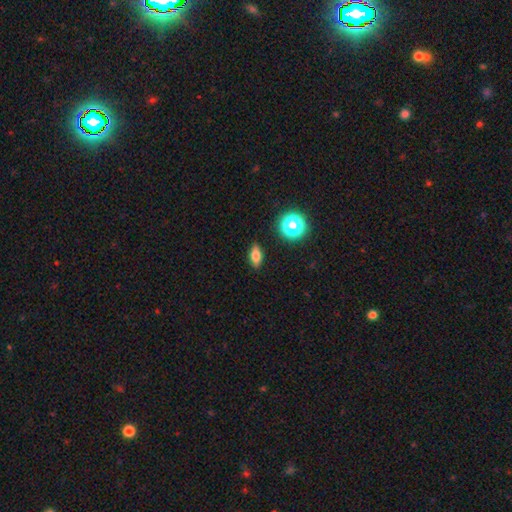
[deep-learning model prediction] Morphology: type=smooth (71%); roundness=in between (75%); merging=none (88%).